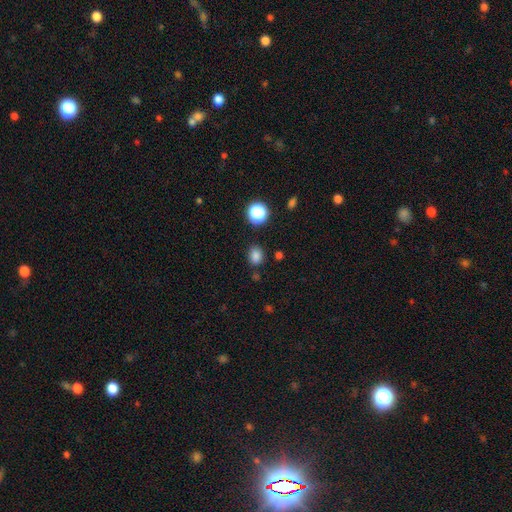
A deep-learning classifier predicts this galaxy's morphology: A smooth galaxy with no disk features (81%) that is round (58%). Merging: none (82%).